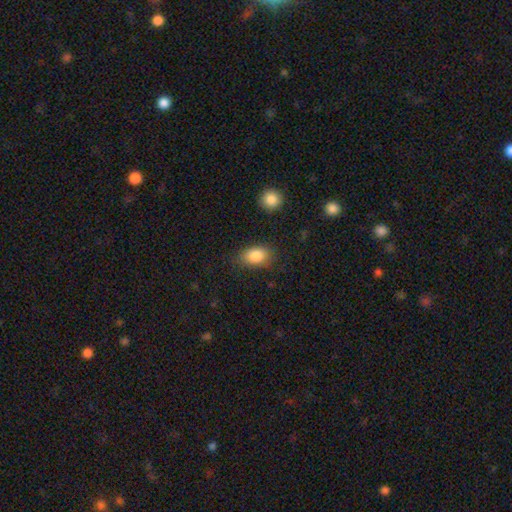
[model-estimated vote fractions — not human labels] This is clearly a smooth galaxy (86%). How rounded: clearly in between (86%). Merging: likely none (77%).